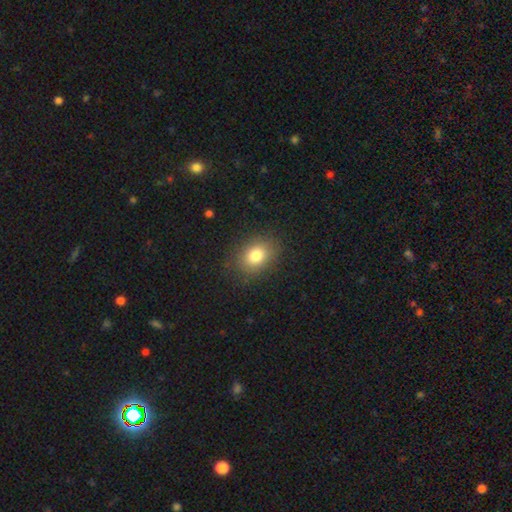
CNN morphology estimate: A smooth galaxy with no disk features (81%) that is in between round and cigar-shaped (64%). Merging: none (83%).